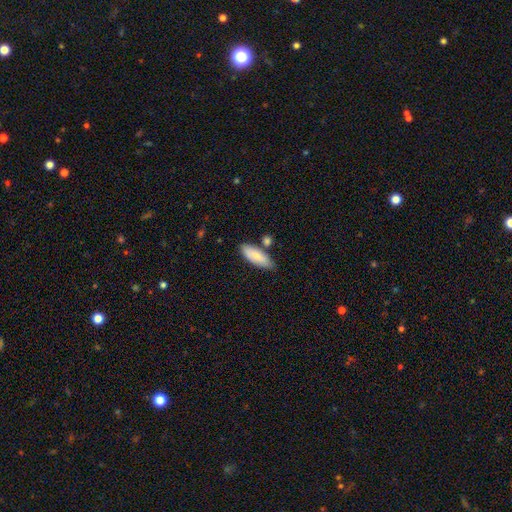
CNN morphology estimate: Smooth or featured: smooth — 76% (featured or disk — 18%)
How rounded: in between — 70% (cigar-shaped — 28%)
Merging: none — 71% (minor disturbance — 16%)